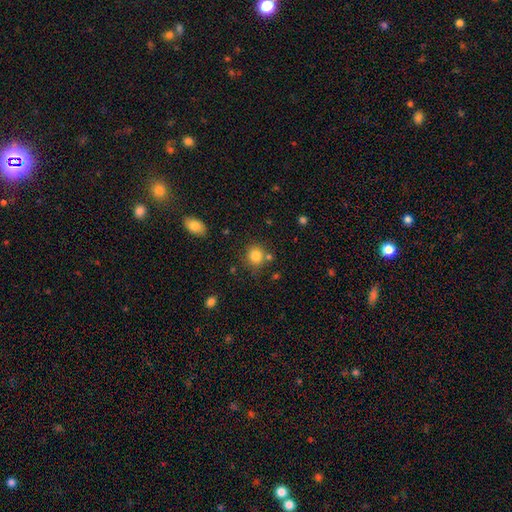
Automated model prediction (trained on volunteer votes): smooth 82%, star or artifact 11%, featured or disk 7%. Down the decision tree: how rounded — round (85%); merging — none (75%).